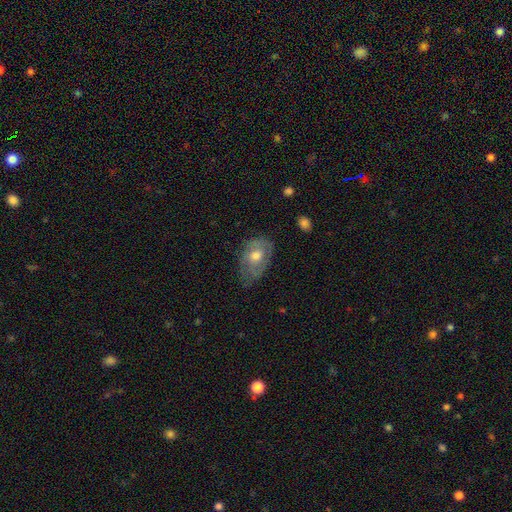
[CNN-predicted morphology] This is possibly a featured or disk galaxy (56%). It is clearly not viewed edge-on (93%). Bar: likely no (78%). Spiral arm pattern: possibly yes (55%). Central bulge: likely moderate (70%). Merging: possibly none (53%).